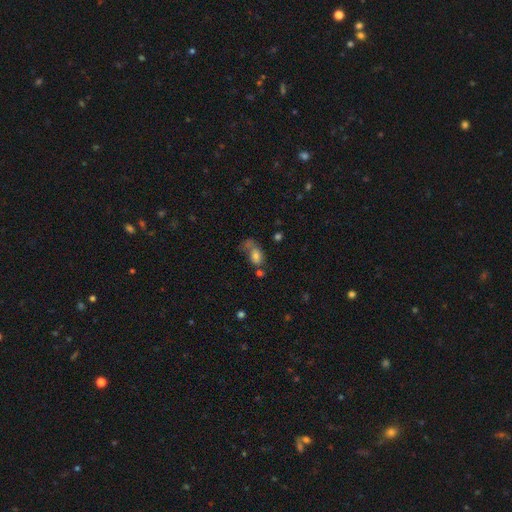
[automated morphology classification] Smooth or featured?
  - smooth: 69% *
  - featured or disk: 18%
  - star or artifact: 13%
How rounded?
  - in between: 81% *
  - round: 16%
  - cigar-shaped: 3%
Merging?
  - major disturbance: 30% *
  - none: 27%
  - merger: 22%
  - minor disturbance: 21%